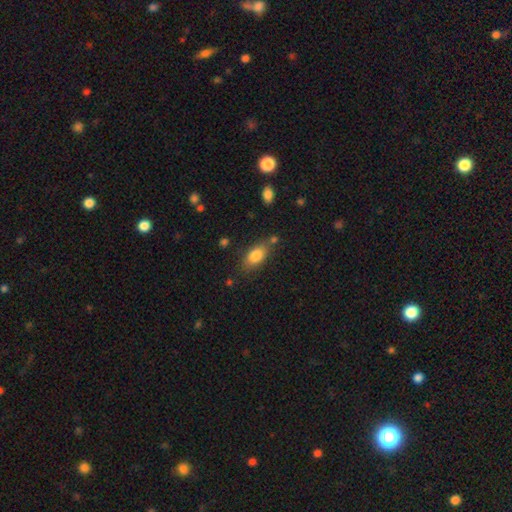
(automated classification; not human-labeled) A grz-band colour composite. It shows a smooth galaxy with no disk features (82%) that is in between round and cigar-shaped (87%). Merging: none (73%).